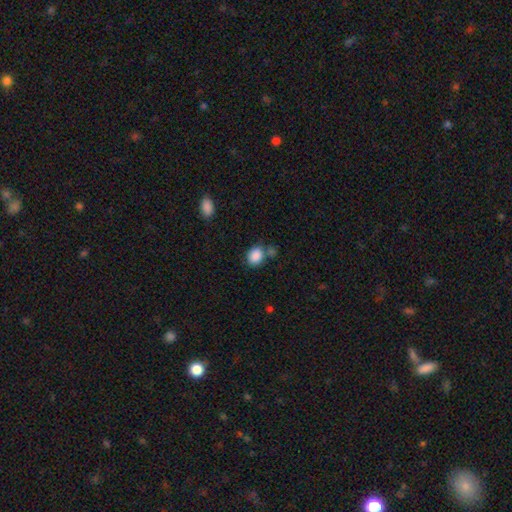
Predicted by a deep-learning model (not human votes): Smooth or featured?
  - smooth: 88% *
  - star or artifact: 9%
  - featured or disk: 4%
How rounded?
  - in between: 53% *
  - round: 46%
  - cigar-shaped: 1%
Merging?
  - none: 64% *
  - merger: 18%
  - minor disturbance: 14%
  - major disturbance: 5%